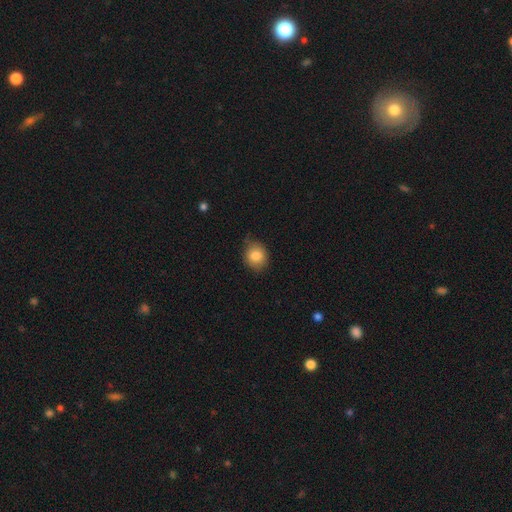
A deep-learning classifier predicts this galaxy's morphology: Smooth or featured?
  - smooth: 83% *
  - star or artifact: 9%
  - featured or disk: 8%
How rounded?
  - round: 65% *
  - in between: 34%
  - cigar-shaped: 1%
Merging?
  - none: 75% *
  - minor disturbance: 20%
  - major disturbance: 3%
  - merger: 1%